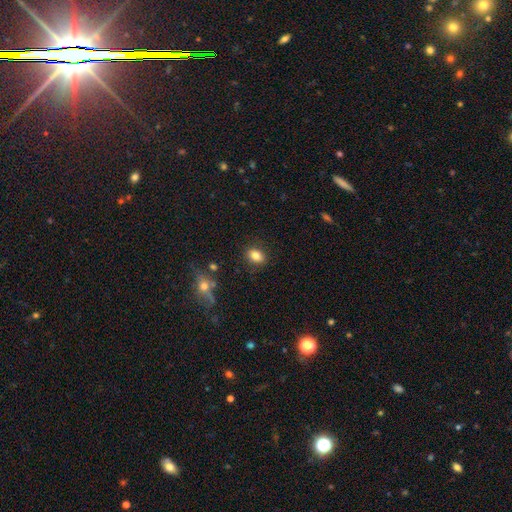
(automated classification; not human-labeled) smooth-or-featured: smooth: 81% | star or artifact: 10% | featured or disk: 9%
  how-rounded: in between: 68% | round: 30% | cigar-shaped: 1%
  merging: none: 86% | minor disturbance: 9% | major disturbance: 3% | merger: 2%